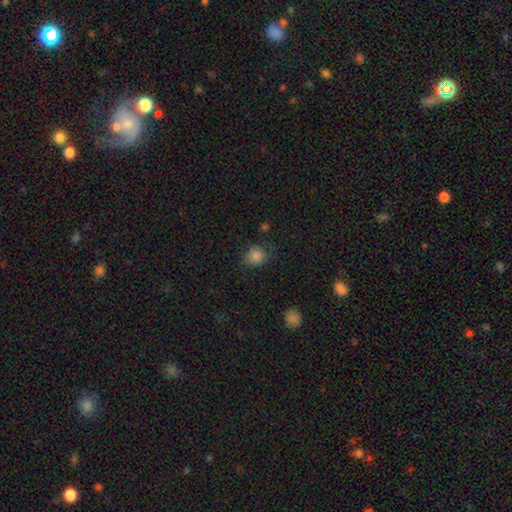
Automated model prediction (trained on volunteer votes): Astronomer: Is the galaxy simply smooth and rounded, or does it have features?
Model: smooth — 83%.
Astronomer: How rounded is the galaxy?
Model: round — 73%.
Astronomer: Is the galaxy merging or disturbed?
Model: none — 74%.